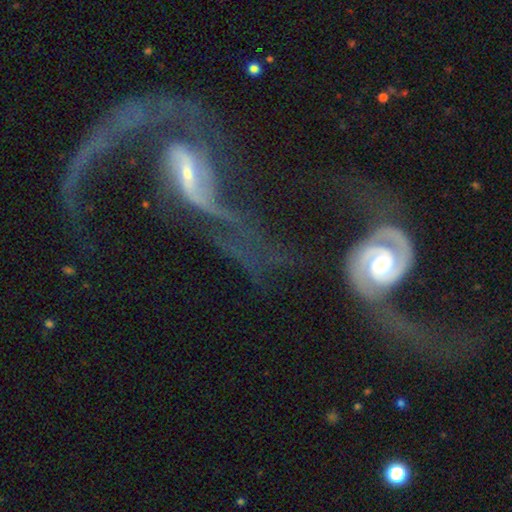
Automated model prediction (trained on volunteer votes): smooth_or_featured: featured or disk (p=0.82) [alt: smooth p=0.11]
disk_edge_on: no (p=0.93) [alt: yes p=0.07]
bar: no (p=0.37) [alt: weak p=0.36]
has_spiral_arms: yes (p=0.86) [alt: no p=0.14]
spiral_winding: loose (p=0.61) [alt: medium p=0.27]
spiral_arm_count: 2 (p=0.79) [alt: can't tell p=0.08]
bulge_size: moderate (p=0.50) [alt: small p=0.37]
merging: merger (p=0.45) [alt: major disturbance p=0.30]